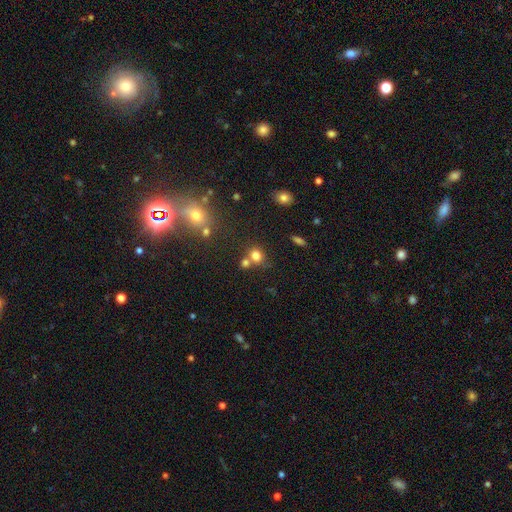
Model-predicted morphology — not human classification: type=smooth (76%); roundness=round (78%); merging=none (55%).